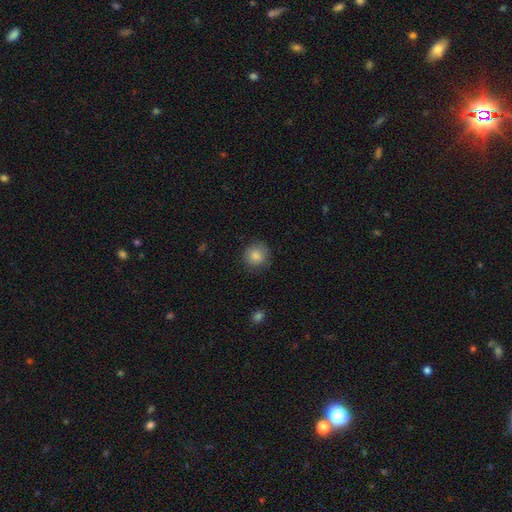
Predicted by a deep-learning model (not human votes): smooth_or_featured: smooth (p=0.85) [alt: star or artifact p=0.09]
how_rounded: round (p=0.91) [alt: in between p=0.08]
merging: none (p=0.82) [alt: minor disturbance p=0.13]